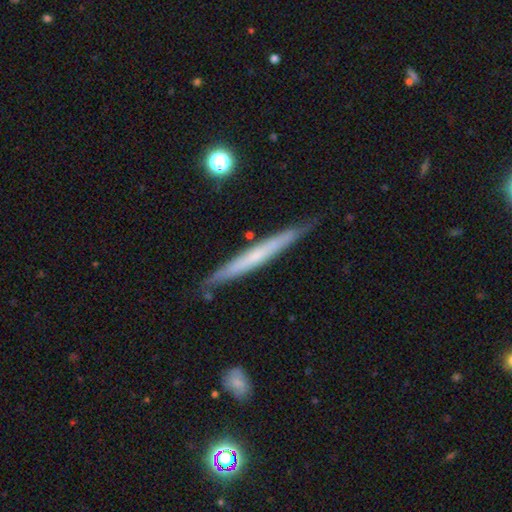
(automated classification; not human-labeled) This appears to be a featured or disk galaxy (51%) viewed edge-on (95%). Merging: none (84%).